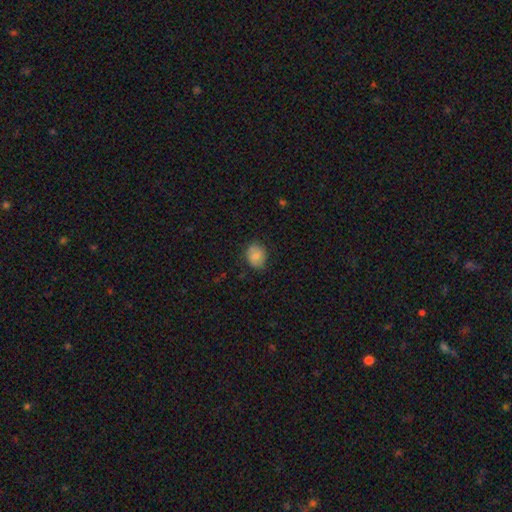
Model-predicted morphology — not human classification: type=smooth (82%); roundness=in between (52%); merging=none (77%).